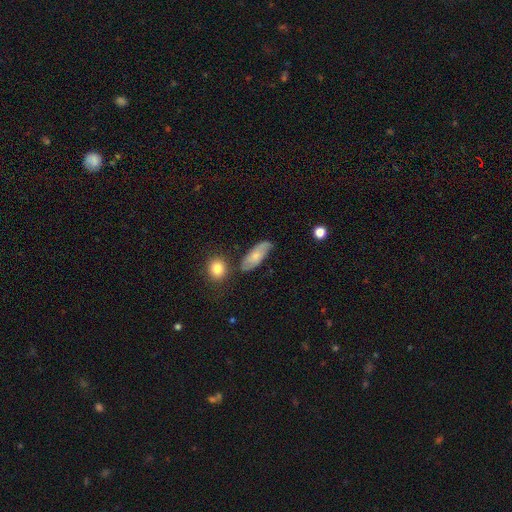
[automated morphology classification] smooth_or_featured: smooth (p=0.61) [alt: featured or disk p=0.33]
how_rounded: in between (p=0.79) [alt: cigar-shaped p=0.17]
merging: none (p=0.66) [alt: minor disturbance p=0.22]